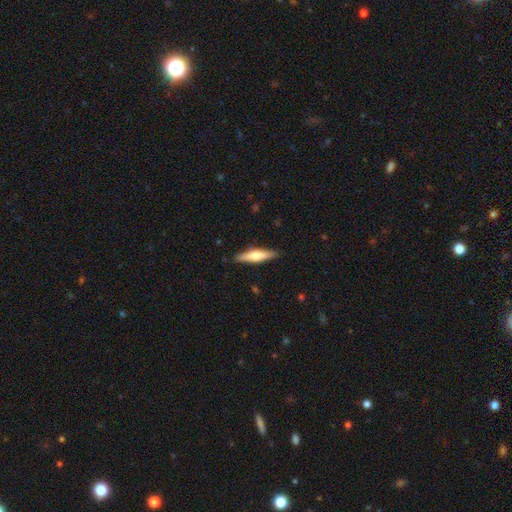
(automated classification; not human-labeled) Smooth or featured? smooth (48%)
Merging? none (88%)